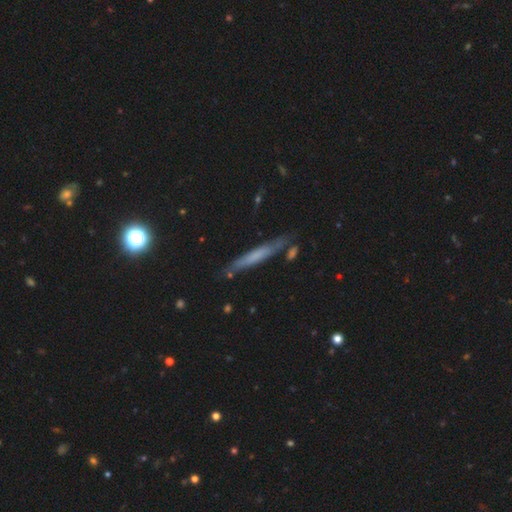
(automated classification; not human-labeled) Q: Smooth or featured?
A: smooth (52%); runner-up: featured or disk (39%)
Q: How rounded?
A: cigar-shaped (94%); runner-up: in between (4%)
Q: Merging?
A: none (79%); runner-up: minor disturbance (13%)